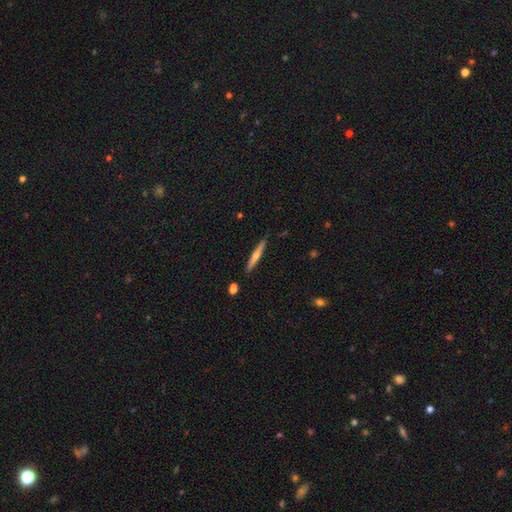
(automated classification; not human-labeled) featured or disk 56%, smooth 38%, star or artifact 6%. Down the decision tree: edge-on disk — yes (97%); edge-on bulge — rounded (73%); merging — none (89%).